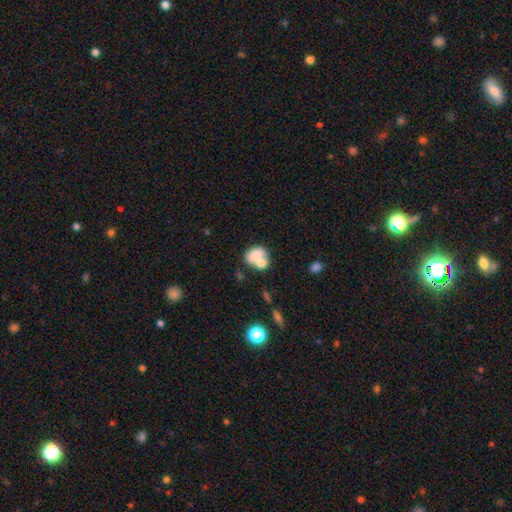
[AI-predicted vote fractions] Smooth or featured?
  - smooth: 72% *
  - featured or disk: 19%
  - star or artifact: 9%
How rounded?
  - in between: 66% *
  - round: 32%
  - cigar-shaped: 2%
Merging?
  - merger: 54% *
  - none: 30%
  - minor disturbance: 11%
  - major disturbance: 6%